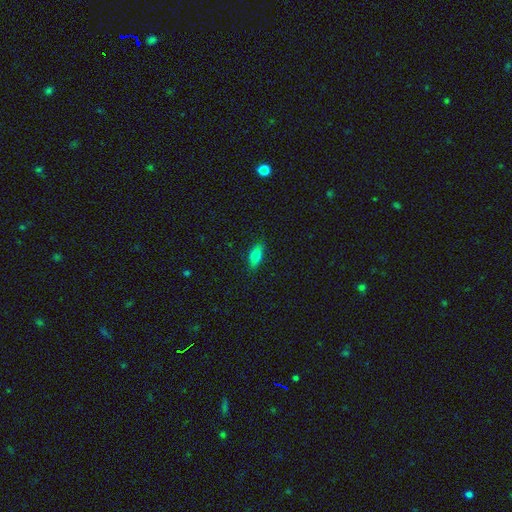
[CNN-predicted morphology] Overall: smooth (78%). How rounded: in between (78%). Merging: none (86%).